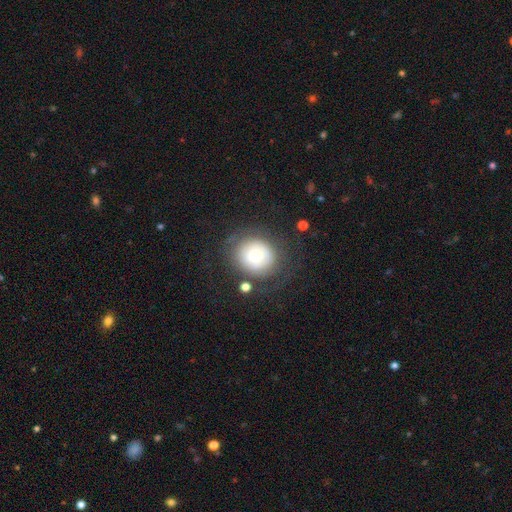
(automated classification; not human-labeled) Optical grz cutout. It shows a smooth galaxy with no disk features (62%) that is round (84%). Merging: none (67%).